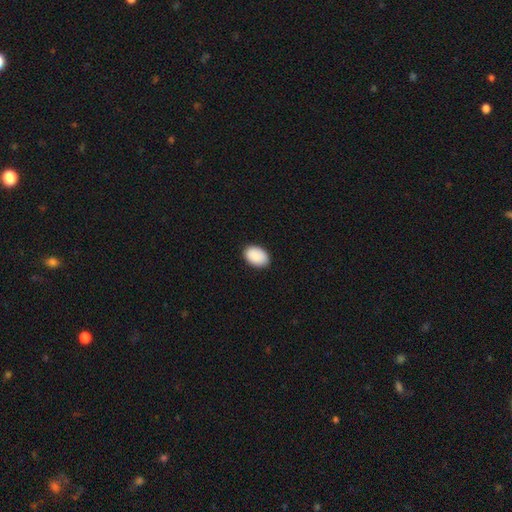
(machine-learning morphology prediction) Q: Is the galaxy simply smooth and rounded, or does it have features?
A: smooth — 91%.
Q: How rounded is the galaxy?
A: in between — 85%.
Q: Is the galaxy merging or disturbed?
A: none — 87%.